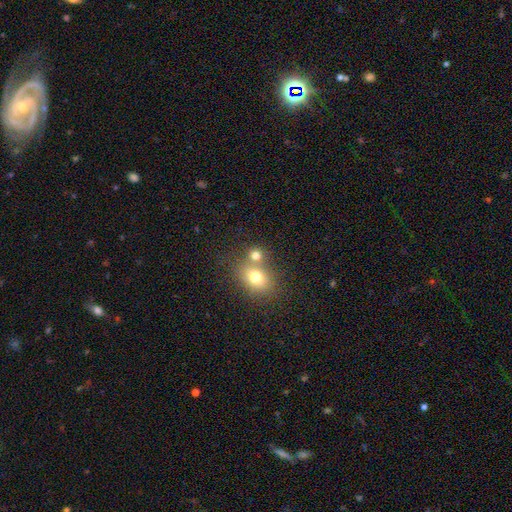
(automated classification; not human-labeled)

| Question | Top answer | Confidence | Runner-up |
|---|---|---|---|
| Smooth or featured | smooth | 74% | star or artifact (13%) |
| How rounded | round | 67% | in between (32%) |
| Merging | none | 47% | merger (42%) |